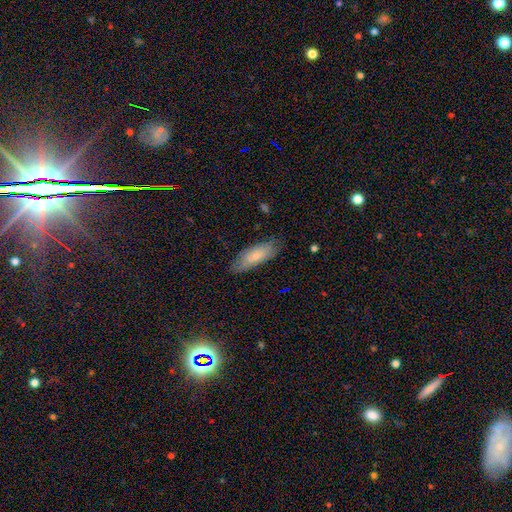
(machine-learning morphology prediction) A smooth galaxy with no disk features (74%) that is in between round and cigar-shaped (63%).

Vote fractions:
- Smooth or featured? smooth: 74% / featured or disk: 20% / star or artifact: 6%
- How rounded? in between: 63% / cigar-shaped: 36% / round: 2%
- Merging? none: 77% / minor disturbance: 18% / major disturbance: 4% / merger: 1%